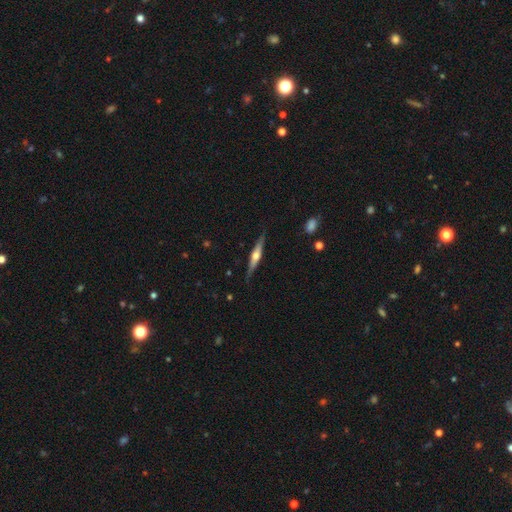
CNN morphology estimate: A featured or disk galaxy (71%) viewed edge-on (97%) with a rounded central bulge (89%).

Vote fractions:
- Smooth or featured? featured or disk: 71% / smooth: 24% / star or artifact: 5%
- Edge-on disk? yes: 97% / no: 3%
- Edge-on bulge? rounded: 89% / boxy: 7% / none: 4%
- Merging? none: 87% / minor disturbance: 10% / major disturbance: 2% / merger: 1%